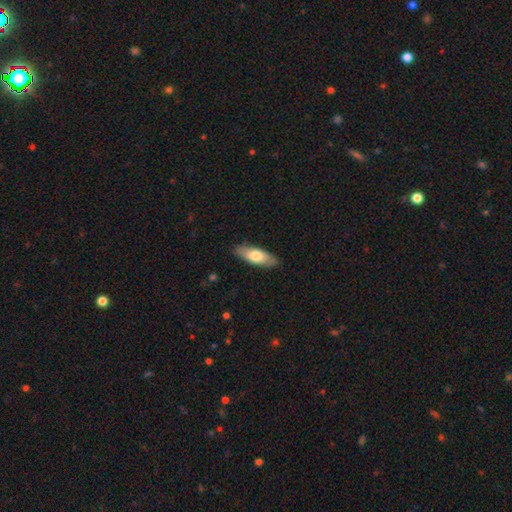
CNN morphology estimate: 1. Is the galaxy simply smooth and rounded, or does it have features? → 69% smooth, 26% featured or disk, 5% star or artifact.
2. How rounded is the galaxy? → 70% in between, 28% cigar-shaped, 2% round.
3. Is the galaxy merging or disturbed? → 87% none, 10% minor disturbance, 2% major disturbance, 1% merger.